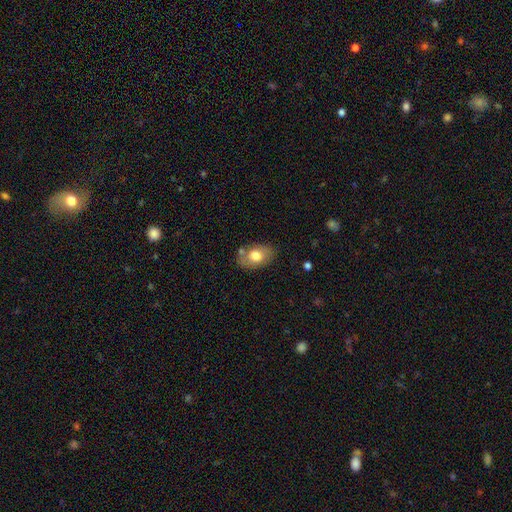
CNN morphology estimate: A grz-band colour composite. It shows a smooth galaxy with no disk features (72%) that is in between round and cigar-shaped (85%). Merging: none (72%).